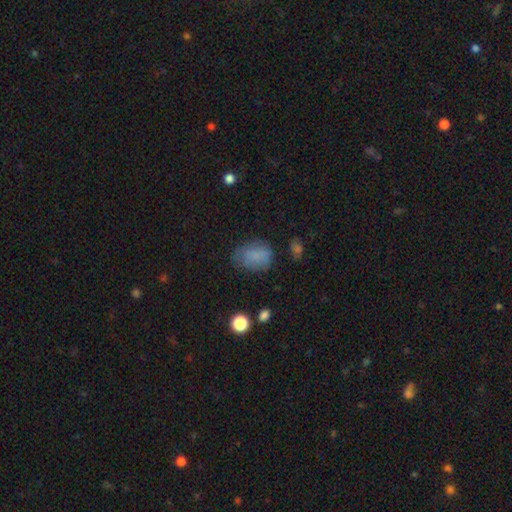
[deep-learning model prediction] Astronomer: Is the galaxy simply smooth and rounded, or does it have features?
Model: smooth — 76%.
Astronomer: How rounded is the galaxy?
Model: in between — 66%.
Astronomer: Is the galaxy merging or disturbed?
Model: none — 59%.